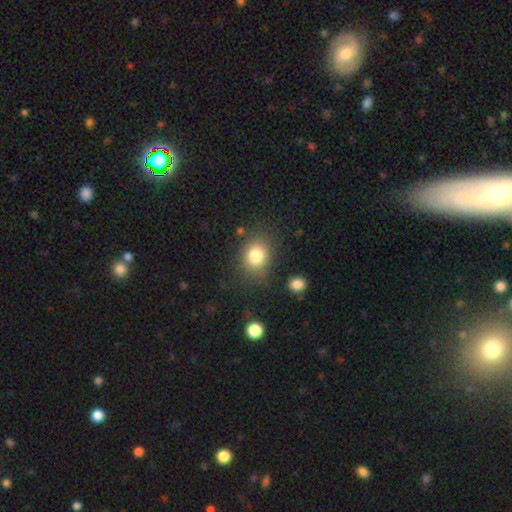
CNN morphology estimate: smooth_or_featured: smooth (p=0.80) [alt: star or artifact p=0.11]
how_rounded: round (p=0.57) [alt: in between p=0.42]
merging: none (p=0.77) [alt: minor disturbance p=0.14]